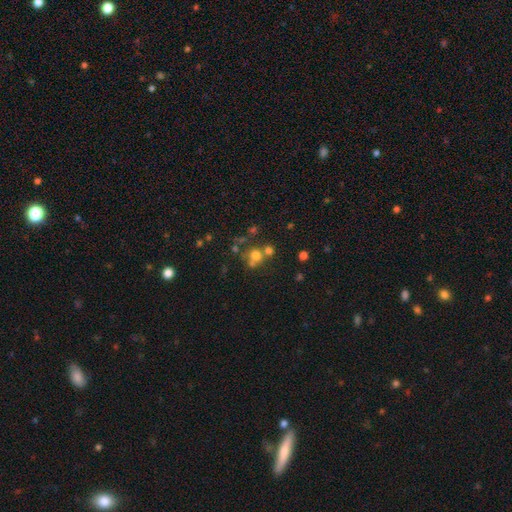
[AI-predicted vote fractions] Q: Smooth or featured?
A: smooth (64%); runner-up: star or artifact (21%)
Q: How rounded?
A: round (86%); runner-up: in between (13%)
Q: Merging?
A: none (50%); runner-up: merger (36%)